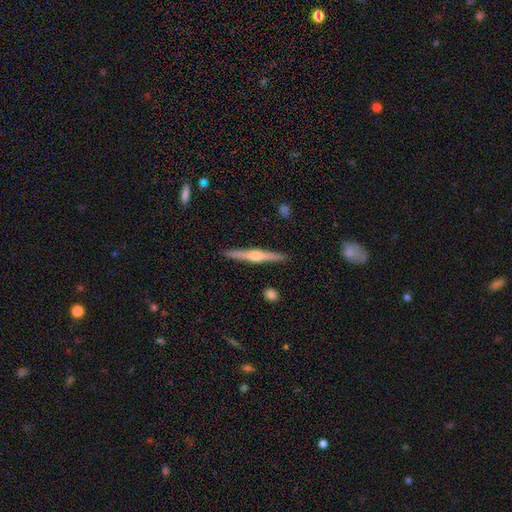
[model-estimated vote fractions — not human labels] Smooth or featured: featured or disk — 74% (smooth — 21%)
Edge-on disk: yes — 98% (no — 2%)
Edge-on bulge: rounded — 89% (boxy — 6%)
Merging: none — 92% (minor disturbance — 6%)